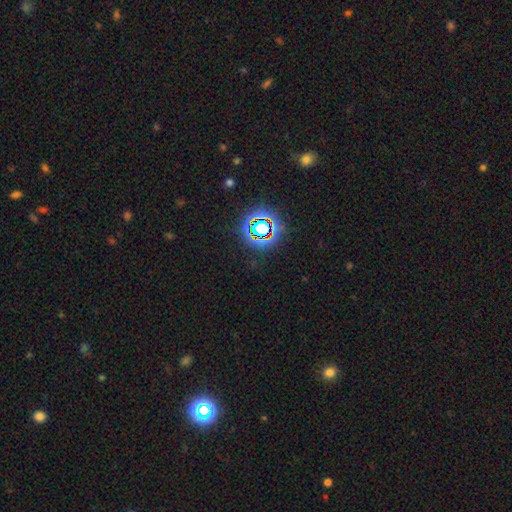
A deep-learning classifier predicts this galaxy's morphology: The model was most divided on "smooth or featured": star or artifact: 73%, smooth: 16%, featured or disk: 10%.